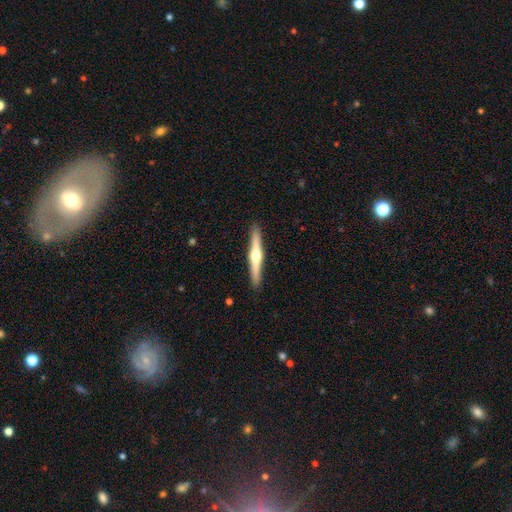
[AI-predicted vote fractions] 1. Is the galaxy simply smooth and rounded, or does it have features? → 68% featured or disk, 28% smooth, 5% star or artifact.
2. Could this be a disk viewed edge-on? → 98% yes, 2% no.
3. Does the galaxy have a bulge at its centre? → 94% rounded, 4% none, 3% boxy.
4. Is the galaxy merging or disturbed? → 92% none, 6% minor disturbance, 1% major disturbance, 1% merger.